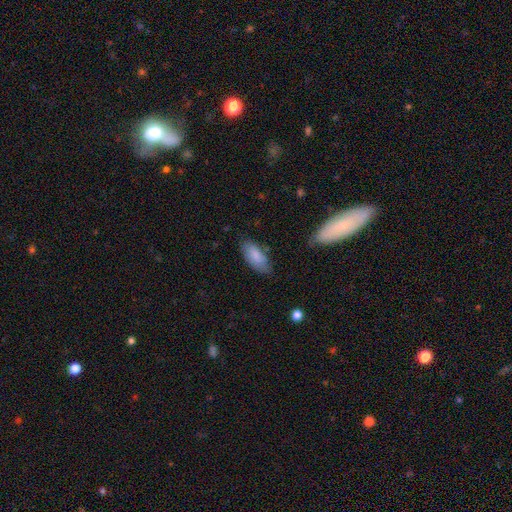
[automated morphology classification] A smooth galaxy with no disk features (82%) that is in between round and cigar-shaped (86%). Merging: none (71%).